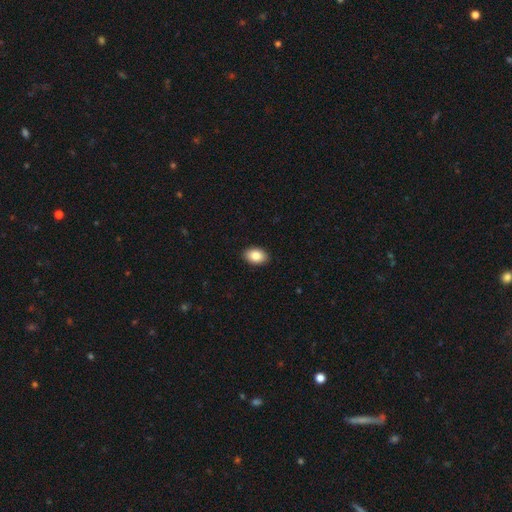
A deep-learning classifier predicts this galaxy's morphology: The model was most divided on "how rounded": in between: 87%, round: 12%, cigar-shaped: 1%. More confident: merging — none (90%); smooth or featured — smooth (87%).